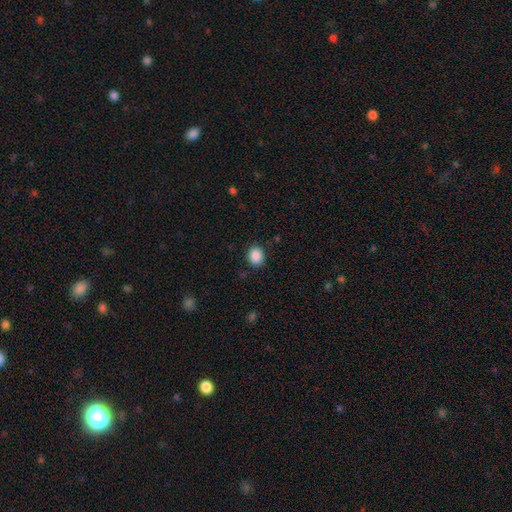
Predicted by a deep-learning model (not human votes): smooth-or-featured: smooth: 88% | star or artifact: 9% | featured or disk: 3%
  how-rounded: round: 64% | in between: 35% | cigar-shaped: 1%
  merging: none: 88% | minor disturbance: 9% | major disturbance: 3% | merger: 1%